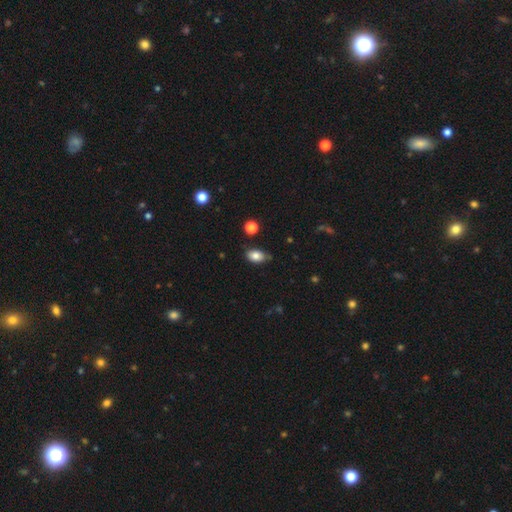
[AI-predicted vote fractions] A smooth galaxy with no disk features (82%) that is in between round and cigar-shaped (85%).

Vote fractions:
- Smooth or featured? smooth: 82% / star or artifact: 9% / featured or disk: 9%
- How rounded? in between: 85% / round: 13% / cigar-shaped: 2%
- Merging? none: 73% / minor disturbance: 21% / major disturbance: 3% / merger: 3%